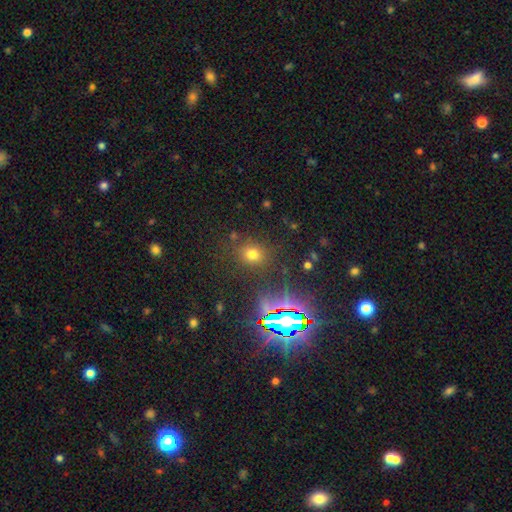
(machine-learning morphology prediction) The model was most divided on "smooth or featured": star or artifact: 46%, smooth: 44%, featured or disk: 9%.